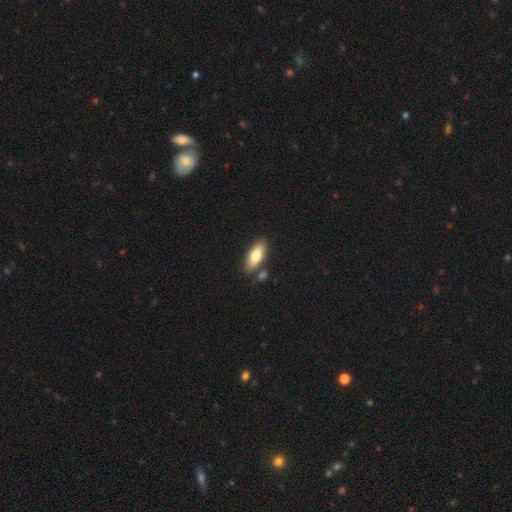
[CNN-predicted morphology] Smooth or featured? smooth (78%)
How rounded? in between (75%)
Merging? none (75%)